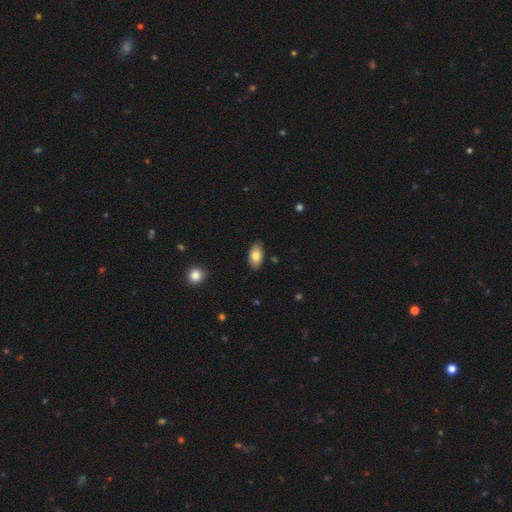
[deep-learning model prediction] Morphology: type=smooth (79%); roundness=in between (93%); merging=none (87%).